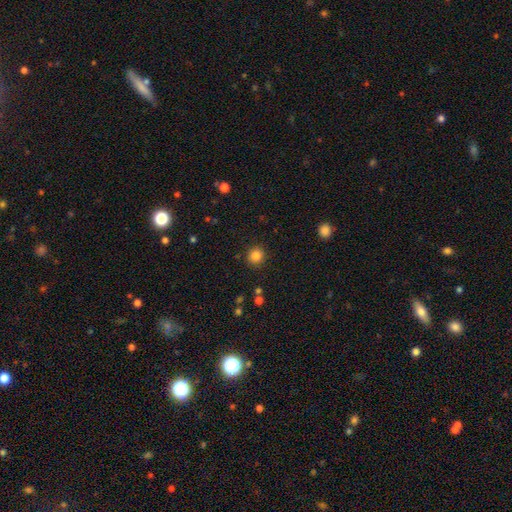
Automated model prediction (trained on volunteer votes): Overall: smooth (84%). How rounded: round (91%). Merging: none (89%).